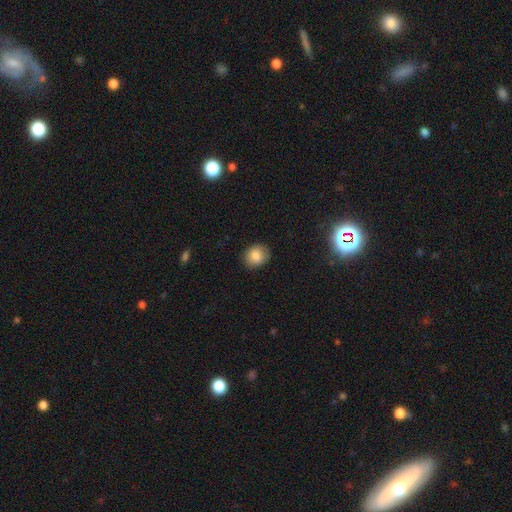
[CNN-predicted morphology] type=smooth (84%); roundness=round (72%); merging=none (86%).